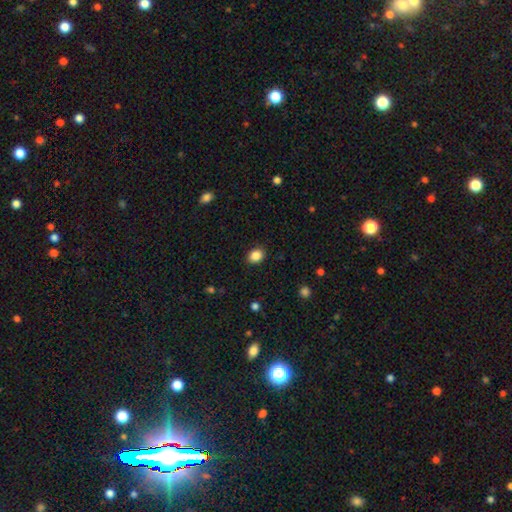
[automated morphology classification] Smooth or featured? smooth (86%)
How rounded? in between (55%)
Merging? none (89%)